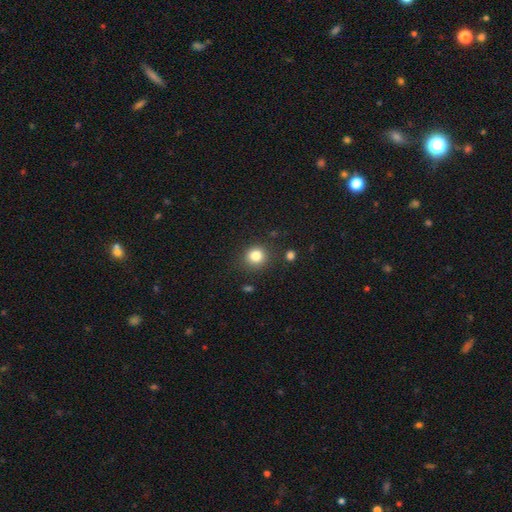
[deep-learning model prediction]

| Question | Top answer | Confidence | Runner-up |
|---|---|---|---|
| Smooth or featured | smooth | 83% | star or artifact (12%) |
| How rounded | round | 86% | in between (13%) |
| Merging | none | 85% | minor disturbance (9%) |